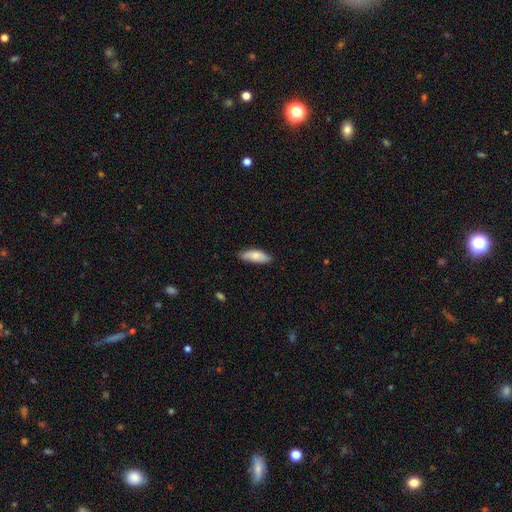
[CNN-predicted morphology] type=smooth (79%); roundness=in between (70%); merging=none (76%).